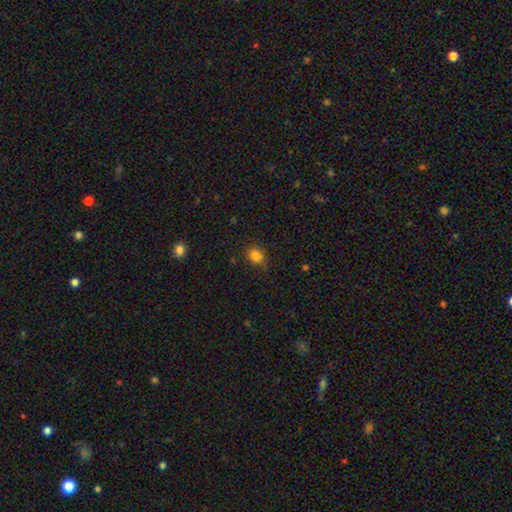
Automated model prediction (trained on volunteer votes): A smooth galaxy with no disk features (84%) that is round (66%). Merging: none (80%).